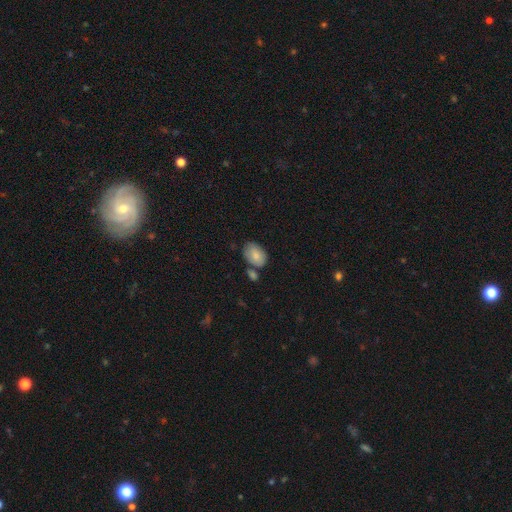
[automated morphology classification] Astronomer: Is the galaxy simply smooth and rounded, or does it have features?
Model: smooth — 81%.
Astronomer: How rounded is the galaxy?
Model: in between — 86%.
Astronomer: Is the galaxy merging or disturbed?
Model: none — 57%.